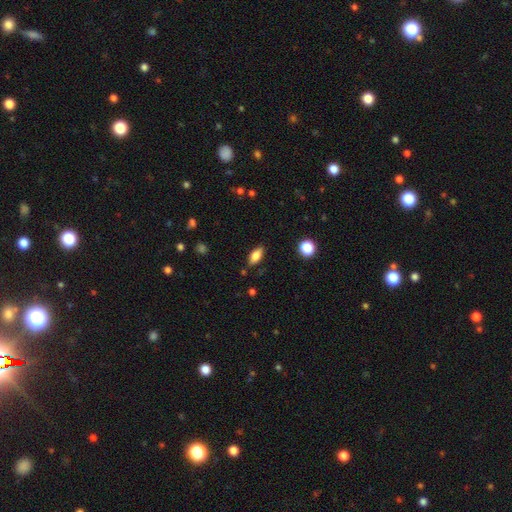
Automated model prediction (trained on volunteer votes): Q: Smooth or featured?
A: smooth (77%); runner-up: featured or disk (15%)
Q: How rounded?
A: in between (83%); runner-up: cigar-shaped (12%)
Q: Merging?
A: none (85%); runner-up: minor disturbance (11%)